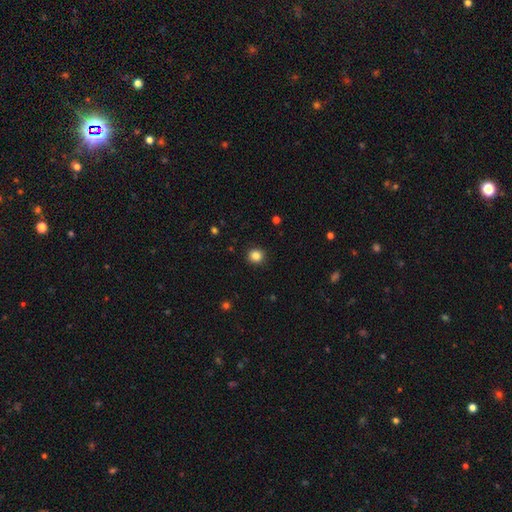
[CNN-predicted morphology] Smooth or featured?
  - smooth: 85% *
  - star or artifact: 11%
  - featured or disk: 4%
How rounded?
  - round: 91% *
  - in between: 8%
  - cigar-shaped: 1%
Merging?
  - none: 92% *
  - minor disturbance: 6%
  - major disturbance: 2%
  - merger: 1%